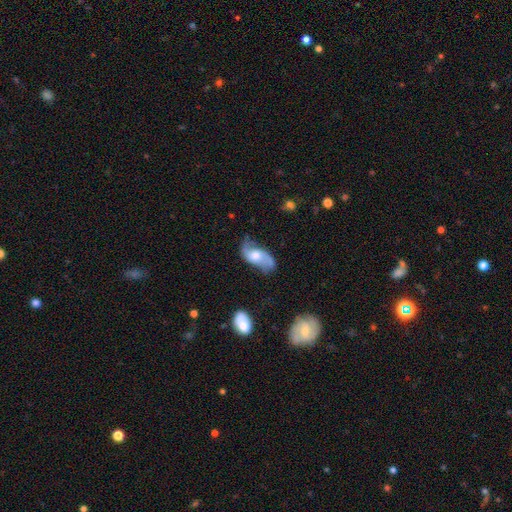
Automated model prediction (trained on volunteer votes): This is likely a featured or disk galaxy (70%). It is clearly not viewed edge-on (94%). Bar: likely no (61%). Spiral arm pattern: clearly yes (89%). Spiral arm count: clearly 2 (87%). Spiral winding: possibly loose (58%). Central bulge: likely moderate (61%). Merging: possibly none (58%).